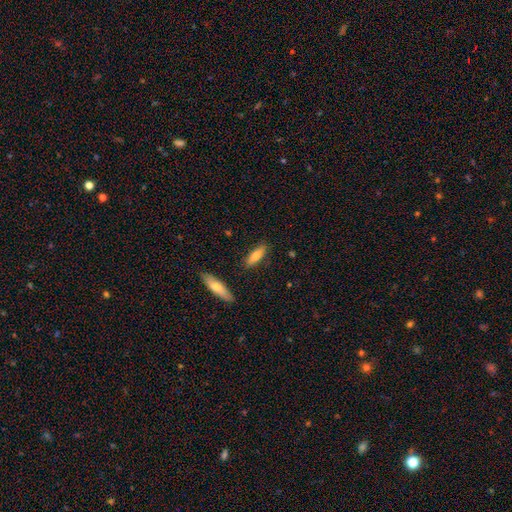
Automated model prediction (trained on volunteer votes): A smooth galaxy with no disk features (75%) that is cigar-shaped (50%).

Vote fractions:
- Smooth or featured? smooth: 75% / featured or disk: 19% / star or artifact: 7%
- How rounded? cigar-shaped: 50% / in between: 48% / round: 2%
- Merging? none: 84% / minor disturbance: 11% / merger: 3% / major disturbance: 2%